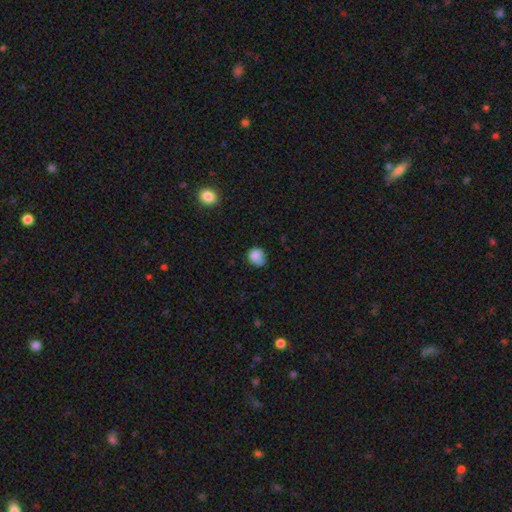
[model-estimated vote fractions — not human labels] This appears to be a smooth galaxy with no disk features (80%) that is round (77%). Merging: none (49%).